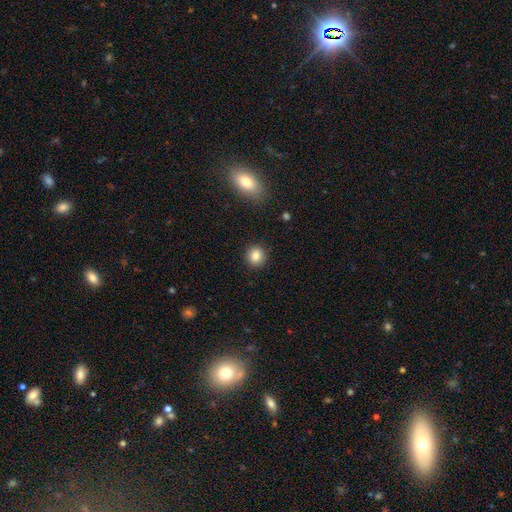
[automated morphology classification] Smooth or featured? Predicted: smooth (p=0.84). How rounded? Predicted: round (p=0.89). Merging? Predicted: none (p=0.91).